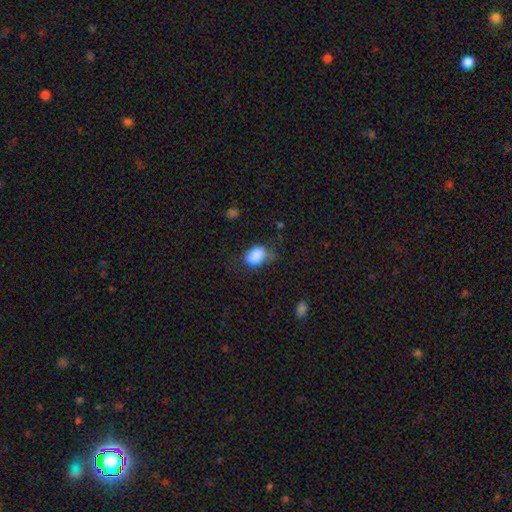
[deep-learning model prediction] Smooth or featured: smooth — 85% (star or artifact — 8%)
How rounded: in between — 80% (round — 19%)
Merging: none — 52% (minor disturbance — 32%)